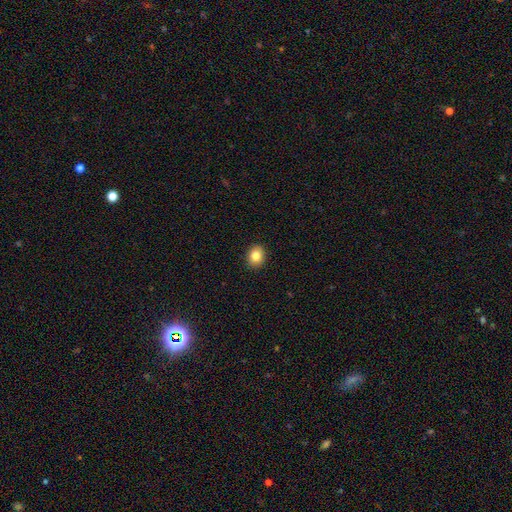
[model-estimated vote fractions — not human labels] Smooth or featured: smooth — 83% (star or artifact — 10%)
How rounded: round — 58% (in between — 41%)
Merging: none — 92% (minor disturbance — 6%)